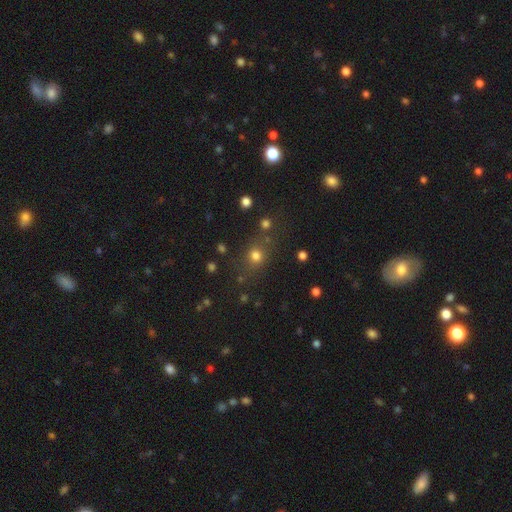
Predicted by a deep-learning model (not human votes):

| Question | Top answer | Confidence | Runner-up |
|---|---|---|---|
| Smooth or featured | smooth | 74% | star or artifact (18%) |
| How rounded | round | 79% | in between (20%) |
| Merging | none | 74% | minor disturbance (12%) |